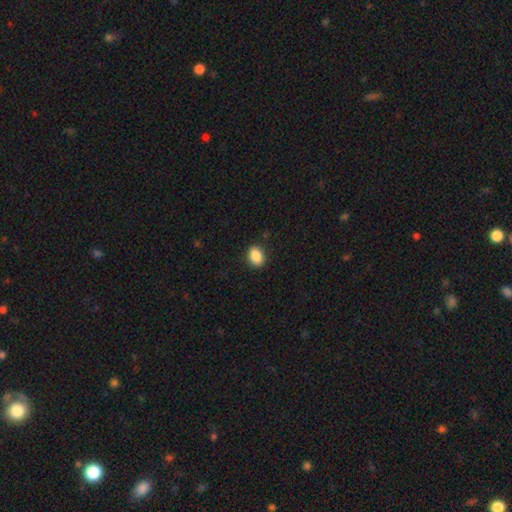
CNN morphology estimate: type=smooth (87%); roundness=in between (70%); merging=none (88%).